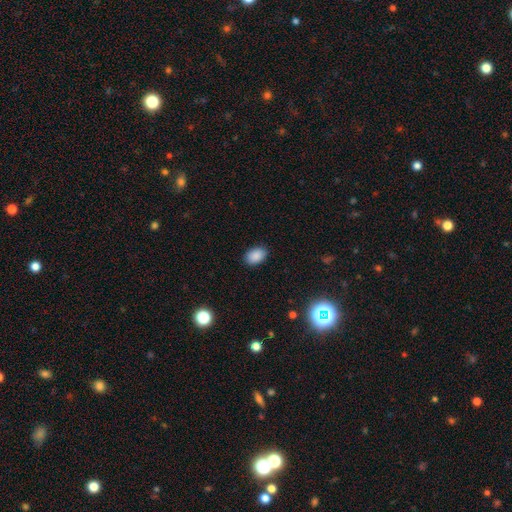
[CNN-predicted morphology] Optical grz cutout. It shows a smooth galaxy with no disk features (88%) that is in between round and cigar-shaped (85%). Merging: none (88%).